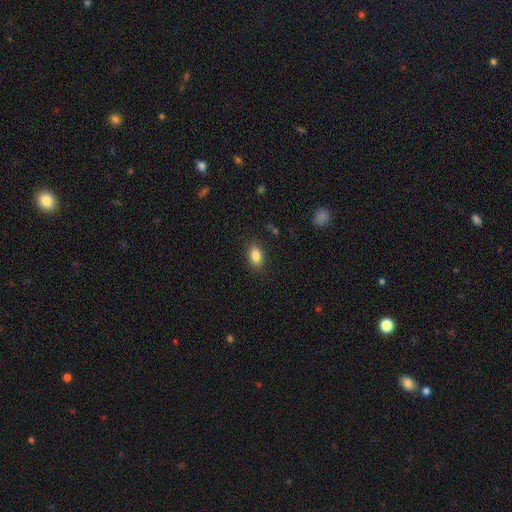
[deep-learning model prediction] Smooth or featured? smooth (85%)
How rounded? in between (86%)
Merging? none (87%)